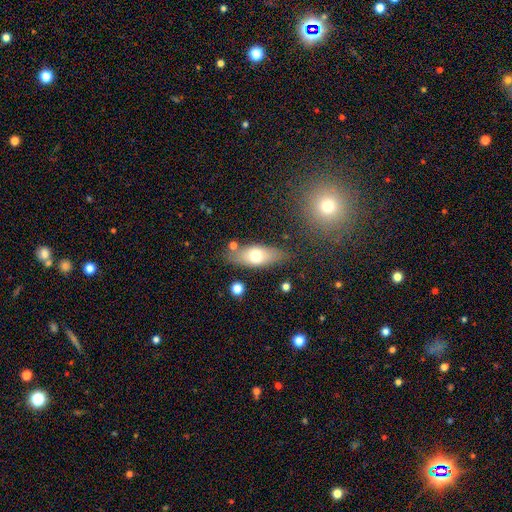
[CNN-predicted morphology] Smooth or featured: smooth — 65% (featured or disk — 27%)
How rounded: in between — 76% (cigar-shaped — 20%)
Merging: none — 76% (minor disturbance — 15%)